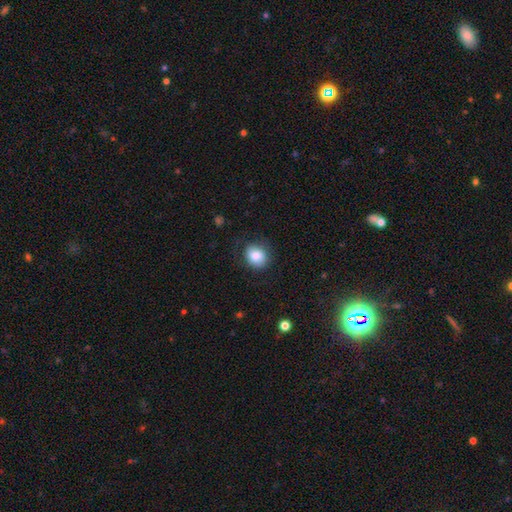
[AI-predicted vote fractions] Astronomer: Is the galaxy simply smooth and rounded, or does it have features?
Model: smooth — 84%.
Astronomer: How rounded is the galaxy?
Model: round — 72%.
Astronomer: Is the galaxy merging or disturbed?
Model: none — 80%.